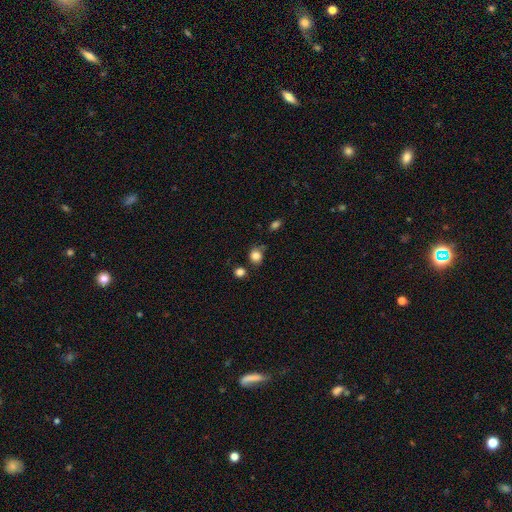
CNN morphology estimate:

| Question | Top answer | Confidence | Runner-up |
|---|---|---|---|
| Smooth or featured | smooth | 84% | star or artifact (11%) |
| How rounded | round | 75% | in between (24%) |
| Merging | none | 69% | minor disturbance (19%) |